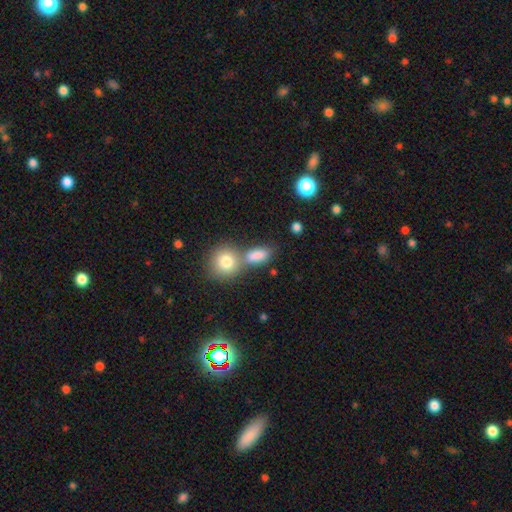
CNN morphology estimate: This appears to be a smooth galaxy with no disk features (77%) that is in between round and cigar-shaped (70%). Merging: none (46%).